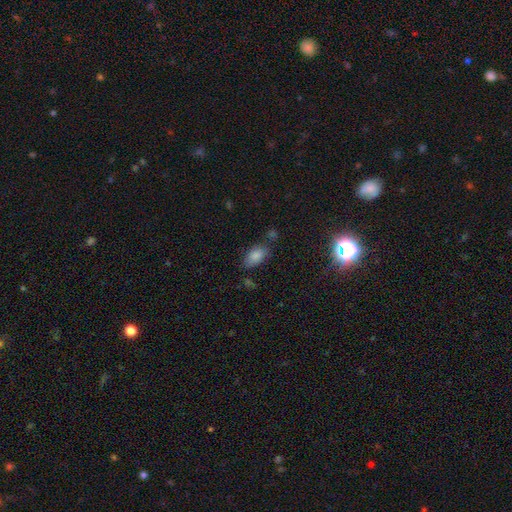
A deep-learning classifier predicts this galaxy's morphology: Smooth or featured? smooth (83%)
How rounded? in between (92%)
Merging? none (65%)